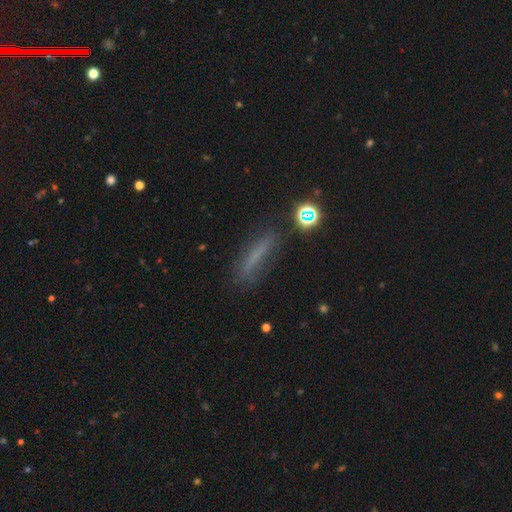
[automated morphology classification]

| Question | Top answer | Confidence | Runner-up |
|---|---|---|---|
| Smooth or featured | smooth | 61% | featured or disk (25%) |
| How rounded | cigar-shaped | 83% | in between (14%) |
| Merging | none | 69% | minor disturbance (19%) |